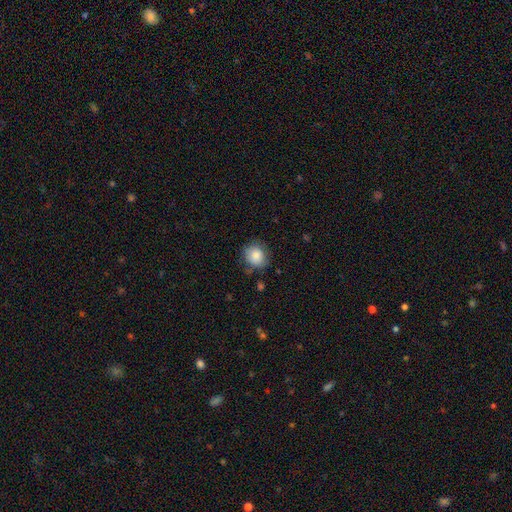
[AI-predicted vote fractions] Morphology: type=smooth (84%); roundness=round (79%); merging=none (74%).